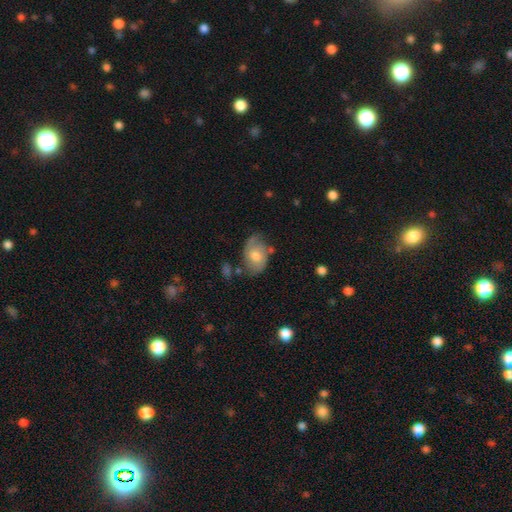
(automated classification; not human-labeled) Smooth or featured? smooth (50%)
Merging? none (56%)